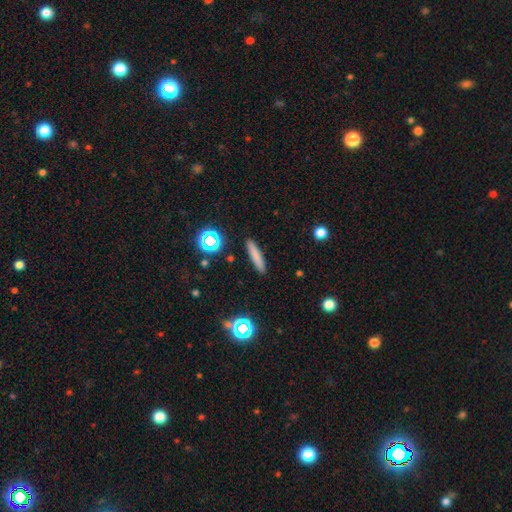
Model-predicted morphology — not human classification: Smooth or featured? Predicted: smooth (p=0.76). How rounded? Predicted: cigar-shaped (p=0.88). Merging? Predicted: none (p=0.90).